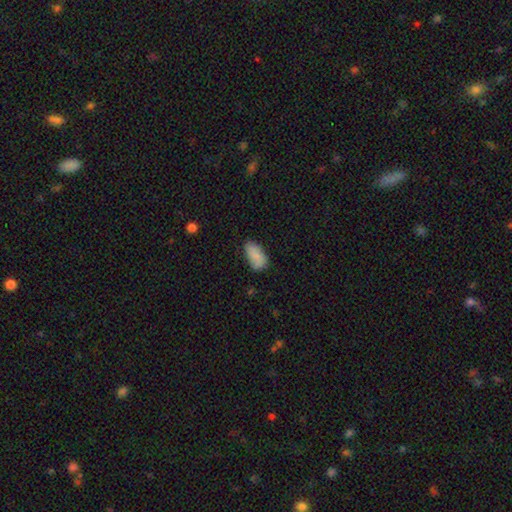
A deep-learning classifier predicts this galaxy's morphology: The model was most divided on "merging": none: 63%, minor disturbance: 28%, major disturbance: 7%, merger: 3%. More confident: how rounded — in between (94%); smooth or featured — smooth (82%).